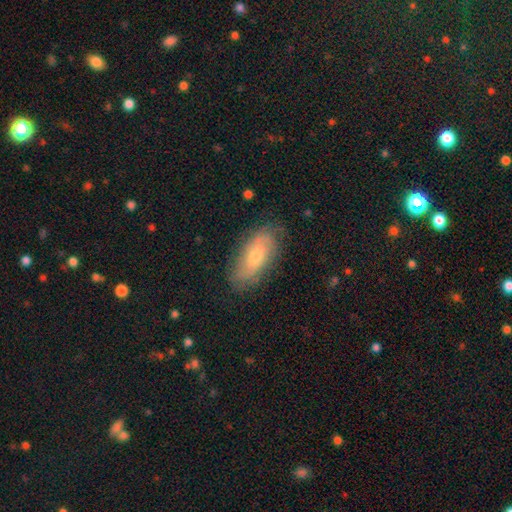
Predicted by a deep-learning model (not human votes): Morphology: type=smooth (52%); roundness=in between (83%); merging=none (79%).